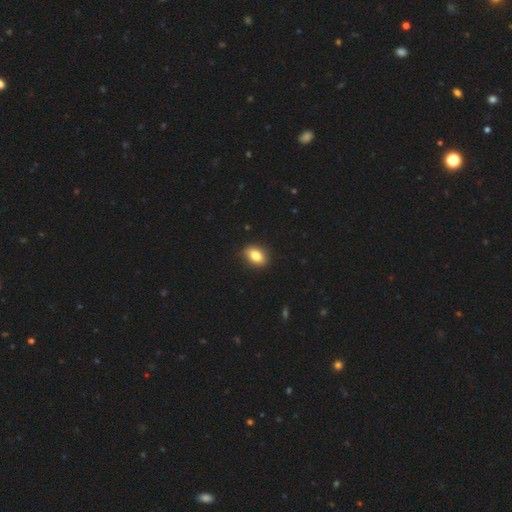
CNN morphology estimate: Smooth or featured?
  - smooth: 83% *
  - featured or disk: 9%
  - star or artifact: 8%
How rounded?
  - in between: 83% *
  - round: 14%
  - cigar-shaped: 3%
Merging?
  - none: 86% *
  - minor disturbance: 11%
  - major disturbance: 2%
  - merger: 1%